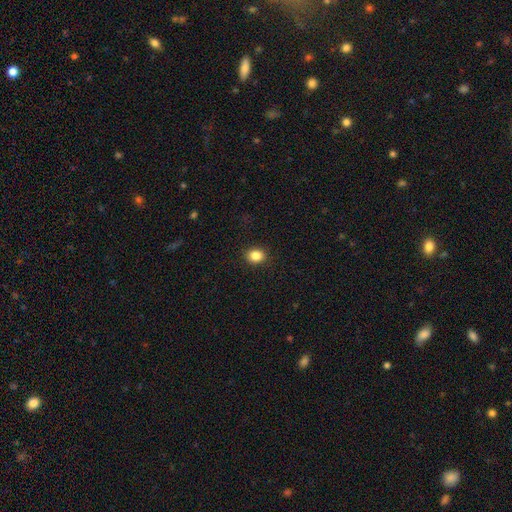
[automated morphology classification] Q: Smooth or featured?
A: smooth (86%); runner-up: star or artifact (10%)
Q: How rounded?
A: round (63%); runner-up: in between (36%)
Q: Merging?
A: none (91%); runner-up: minor disturbance (6%)